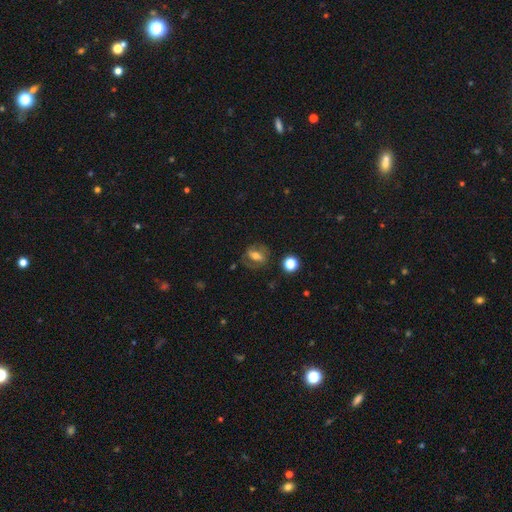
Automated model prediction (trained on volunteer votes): featured or disk 47%, smooth 42%, star or artifact 11%. Down the decision tree: merging — none (70%).